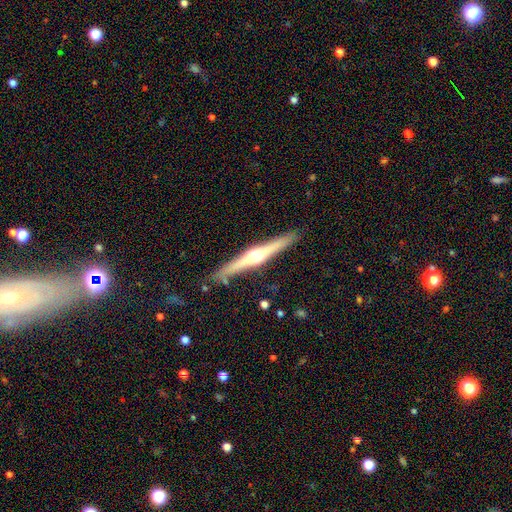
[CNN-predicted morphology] Overall: featured or disk (75%). Edge-on disk: yes (98%). Edge-on bulge: rounded (92%). Merging: none (88%).